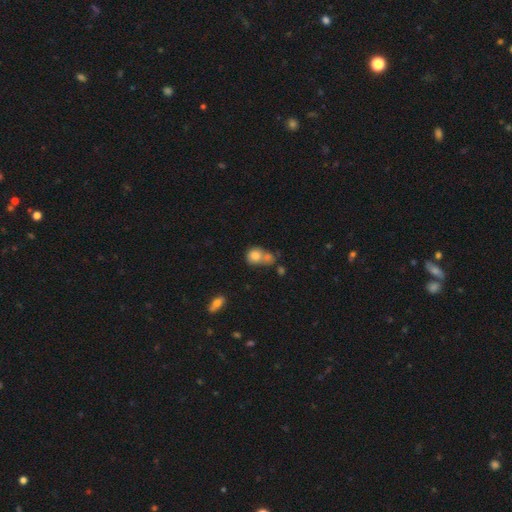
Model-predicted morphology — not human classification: This is likely a smooth galaxy (79%). How rounded: likely round (71%). Merging: possibly merger (51%).